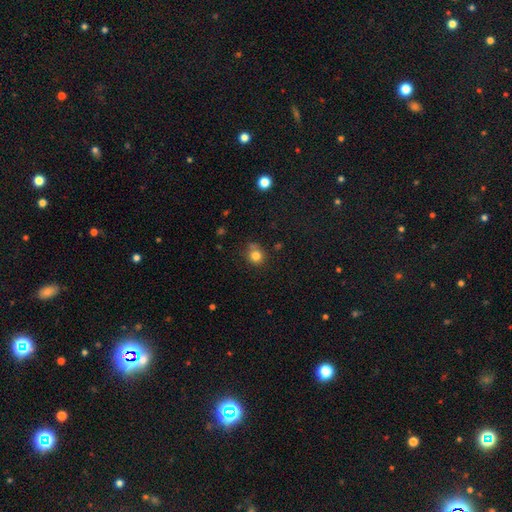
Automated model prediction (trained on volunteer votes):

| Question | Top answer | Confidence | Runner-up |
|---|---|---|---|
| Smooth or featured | smooth | 80% | star or artifact (12%) |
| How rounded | round | 81% | in between (18%) |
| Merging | none | 68% | minor disturbance (21%) |